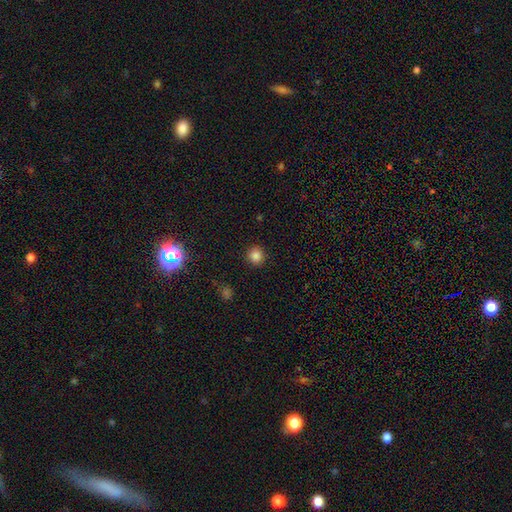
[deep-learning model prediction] Smooth or featured? smooth (84%)
How rounded? round (92%)
Merging? none (92%)